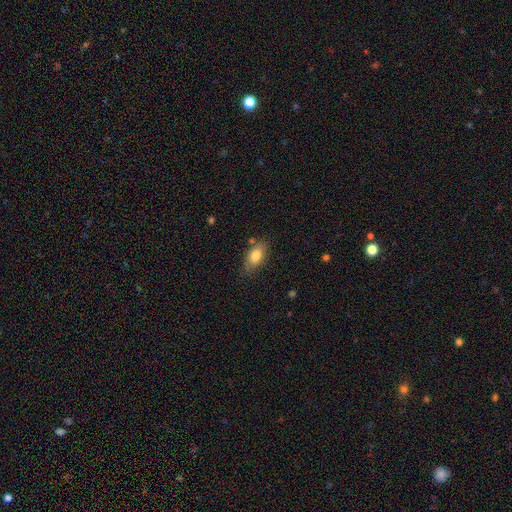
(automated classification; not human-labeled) The model was most divided on "merging": none: 72%, minor disturbance: 20%, major disturbance: 4%, merger: 4%. More confident: how rounded — in between (87%); smooth or featured — smooth (78%).